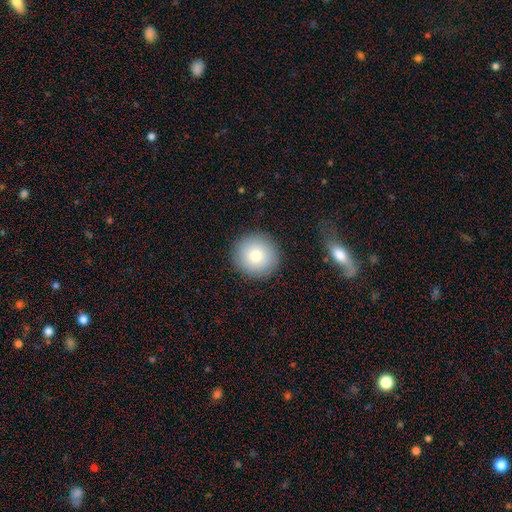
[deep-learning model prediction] Smooth or featured: smooth — 78% (featured or disk — 12%)
How rounded: round — 95% (in between — 4%)
Merging: none — 91% (minor disturbance — 6%)